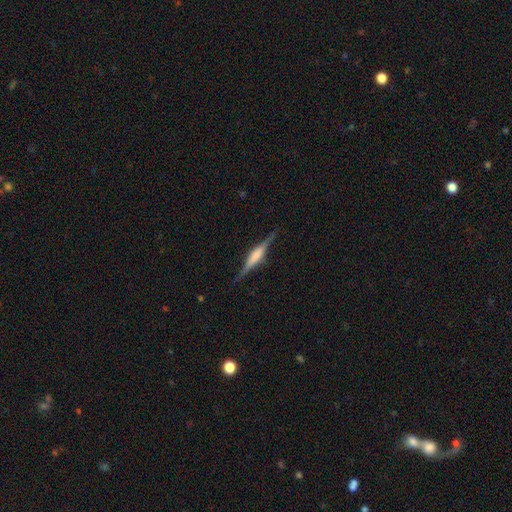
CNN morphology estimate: Overall: featured or disk (75%). Edge-on disk: yes (97%). Edge-on bulge: rounded (49%; boxy 43%). Merging: none (86%).